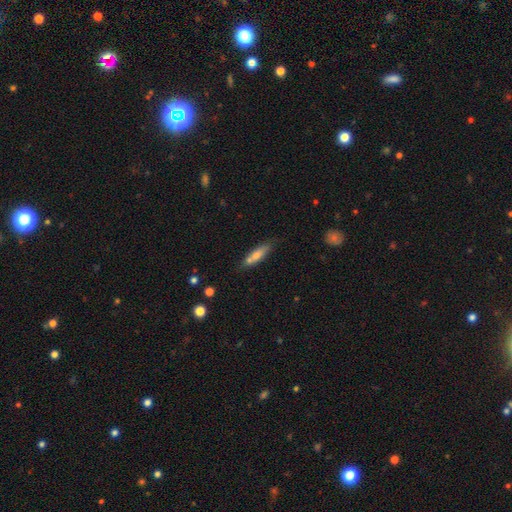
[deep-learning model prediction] Q: Smooth or featured?
A: smooth (68%); runner-up: featured or disk (25%)
Q: How rounded?
A: cigar-shaped (68%); runner-up: in between (30%)
Q: Merging?
A: none (66%); runner-up: minor disturbance (17%)